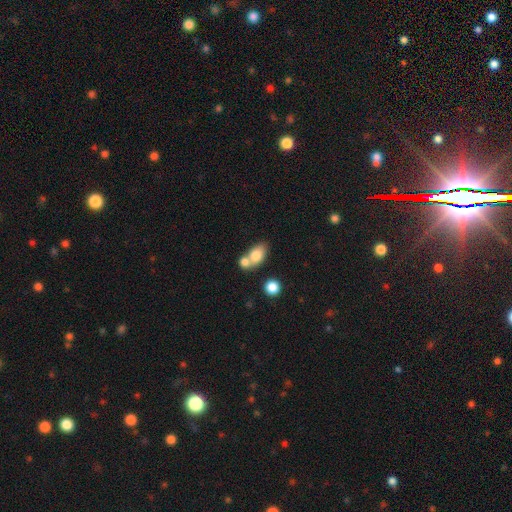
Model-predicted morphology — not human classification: A smooth galaxy with no disk features (77%) that is in between round and cigar-shaped (79%).

Vote fractions:
- Smooth or featured? smooth: 77% / featured or disk: 15% / star or artifact: 8%
- How rounded? in between: 79% / round: 18% / cigar-shaped: 3%
- Merging? merger: 52% / none: 34% / minor disturbance: 9% / major disturbance: 4%